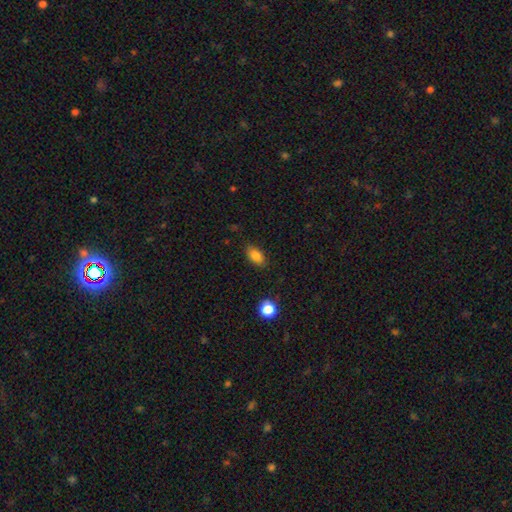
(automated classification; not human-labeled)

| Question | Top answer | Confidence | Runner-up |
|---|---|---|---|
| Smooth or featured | smooth | 84% | star or artifact (10%) |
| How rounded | in between | 88% | round (9%) |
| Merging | none | 83% | minor disturbance (12%) |